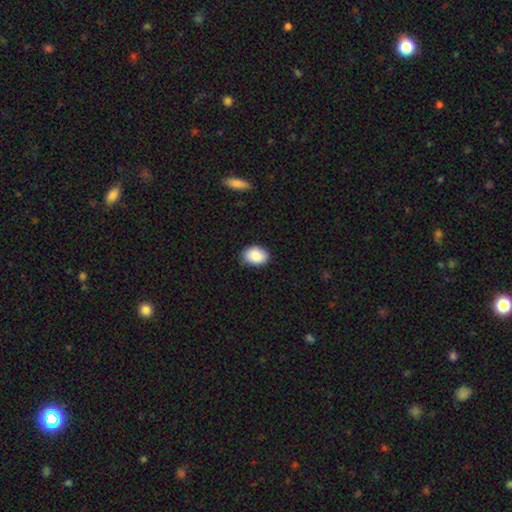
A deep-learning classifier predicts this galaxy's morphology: A smooth galaxy with no disk features (88%) that is in between round and cigar-shaped (75%). Merging: none (83%).